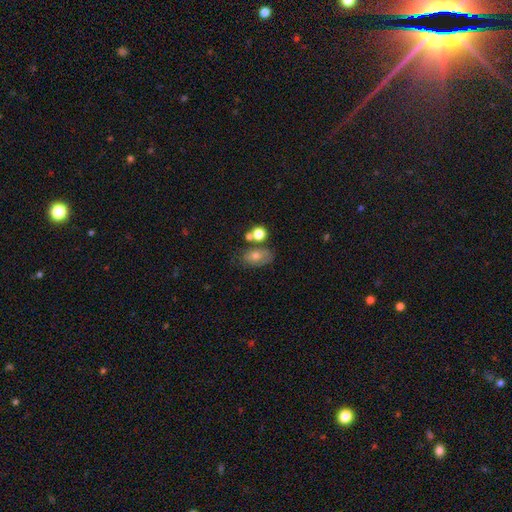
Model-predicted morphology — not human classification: Smooth or featured? Predicted: smooth (p=0.62). How rounded? Predicted: in between (p=0.80). Merging? Predicted: none (p=0.55).